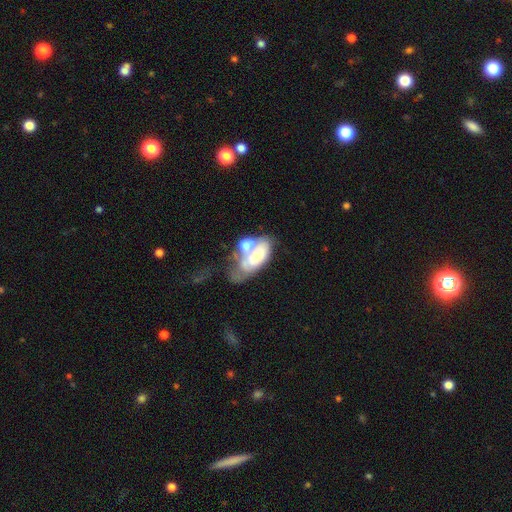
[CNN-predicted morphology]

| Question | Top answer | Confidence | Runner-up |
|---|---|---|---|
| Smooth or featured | featured or disk | 48% | smooth (45%) |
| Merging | merger | 49% | major disturbance (25%) |